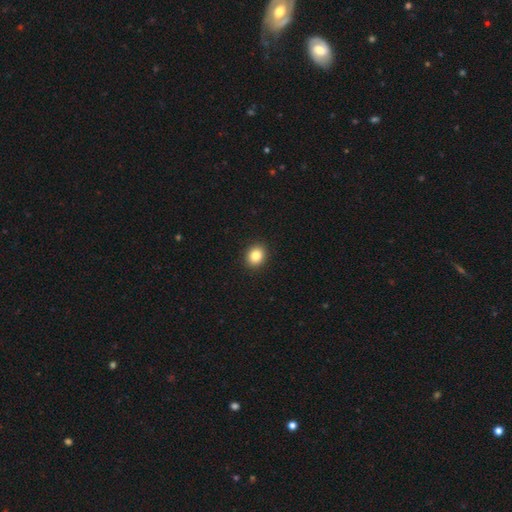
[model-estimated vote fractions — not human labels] Smooth or featured: smooth — 84% (star or artifact — 10%)
How rounded: round — 67% (in between — 32%)
Merging: none — 92% (minor disturbance — 5%)